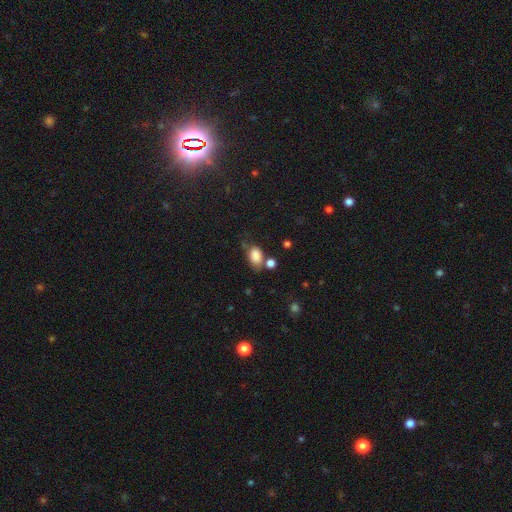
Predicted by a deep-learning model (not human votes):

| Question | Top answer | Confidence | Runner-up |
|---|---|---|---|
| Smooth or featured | smooth | 83% | star or artifact (10%) |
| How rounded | in between | 80% | round (19%) |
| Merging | none | 50% | minor disturbance (24%) |